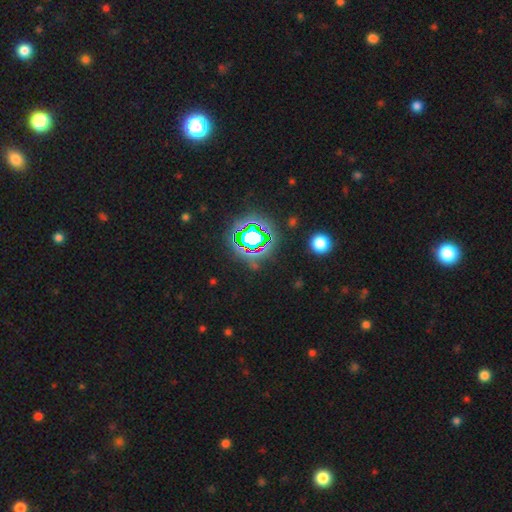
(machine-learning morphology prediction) smooth_or_featured: star or artifact (p=0.82) [alt: smooth p=0.11]